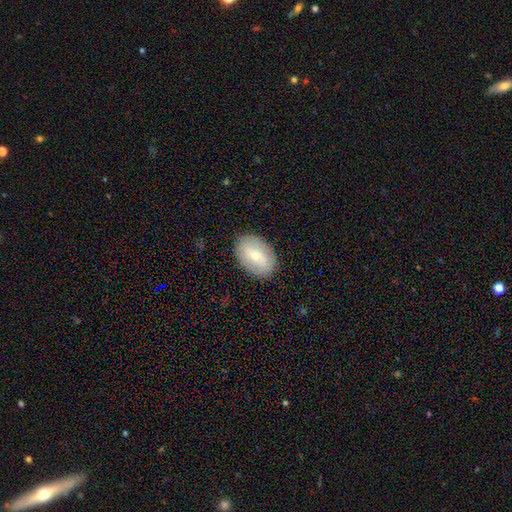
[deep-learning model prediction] Morphology: type=smooth (58%); roundness=in between (86%); merging=none (86%).